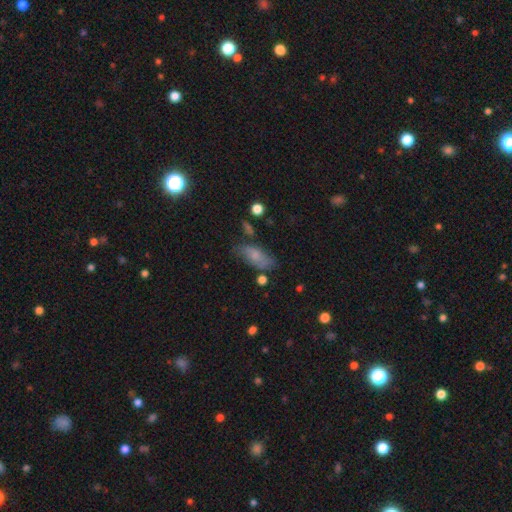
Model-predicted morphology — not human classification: Smooth or featured?
  - smooth: 69% *
  - featured or disk: 22%
  - star or artifact: 9%
How rounded?
  - in between: 81% *
  - cigar-shaped: 15%
  - round: 4%
Merging?
  - none: 60% *
  - minor disturbance: 25%
  - major disturbance: 9%
  - merger: 6%